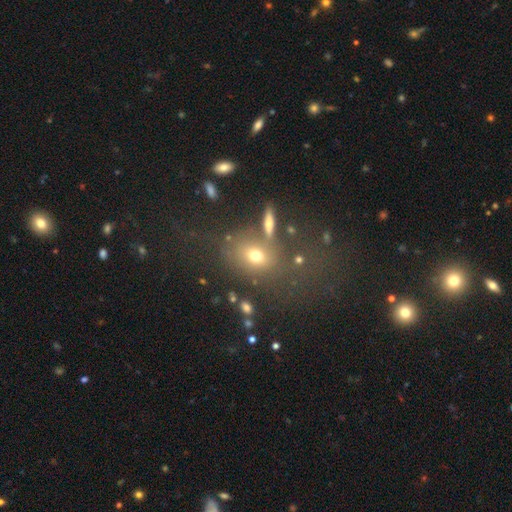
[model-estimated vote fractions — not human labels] Smooth or featured? Predicted: smooth (p=0.66). How rounded? Predicted: in between (p=0.58). Merging? Predicted: none (p=0.66).